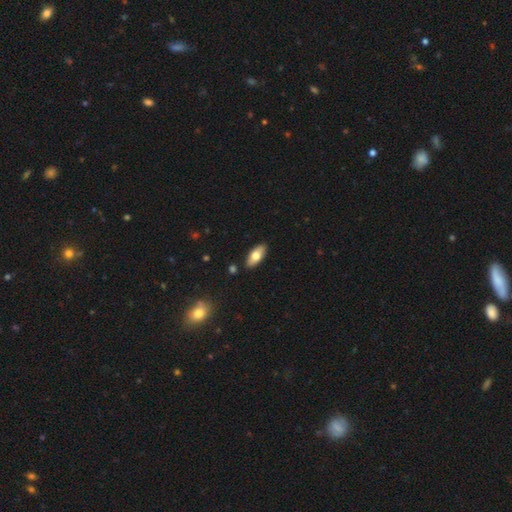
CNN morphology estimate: A smooth galaxy with no disk features (72%) that is in between round and cigar-shaped (87%).

Vote fractions:
- Smooth or featured? smooth: 72% / featured or disk: 22% / star or artifact: 6%
- How rounded? in between: 87% / cigar-shaped: 11% / round: 2%
- Merging? none: 88% / minor disturbance: 9% / major disturbance: 2% / merger: 2%